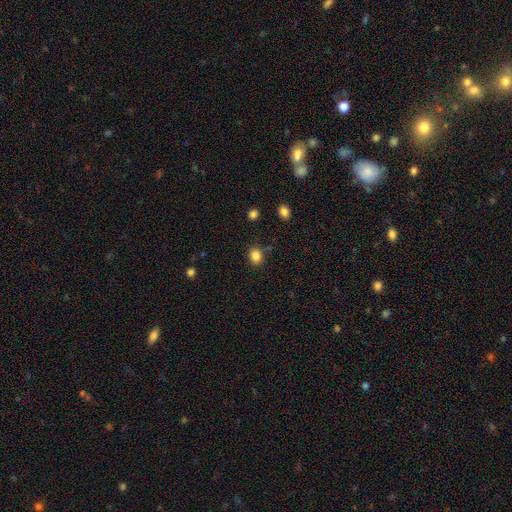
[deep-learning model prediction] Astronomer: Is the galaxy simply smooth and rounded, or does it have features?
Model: smooth — 85%.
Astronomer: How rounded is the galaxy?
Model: round — 57% (runner-up: in between, 42%).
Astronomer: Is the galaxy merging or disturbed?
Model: none — 82%.